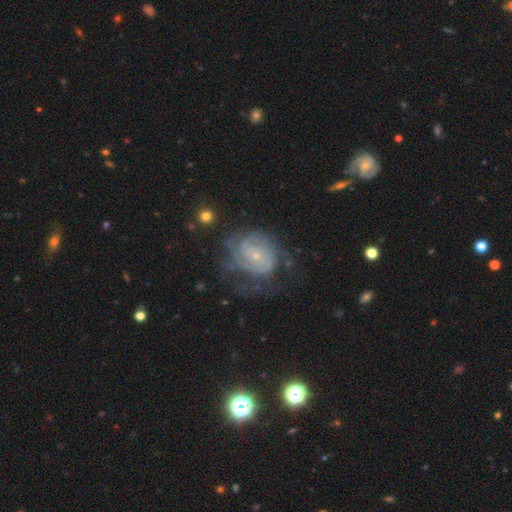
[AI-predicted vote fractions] smooth-or-featured: featured or disk: 80% | smooth: 13% | star or artifact: 7%
  disk-edge-on: no: 97% | yes: 3%
    bar: no: 68% | weak: 27% | strong: 5%
    has-spiral-arms: yes: 92% | no: 8%
      spiral-winding: tight: 60% | medium: 31% | loose: 9%
      spiral-arm-count: can't tell: 37% | 2: 27% | 3: 18% | 4: 8% | 1: 6% | more than 4: 5%
    bulge-size: small: 79% | moderate: 16% | none: 3% | large: 1% | dominant: 1%
  merging: none: 54% | minor disturbance: 23% | major disturbance: 21% | merger: 2%